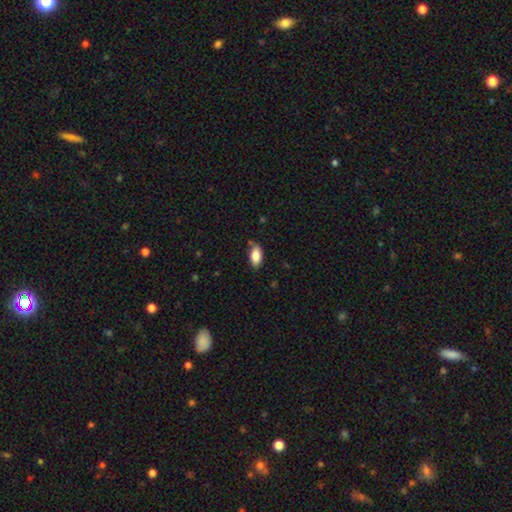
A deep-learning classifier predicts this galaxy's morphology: Smooth or featured? Predicted: smooth (p=0.85). How rounded? Predicted: in between (p=0.92). Merging? Predicted: none (p=0.80).